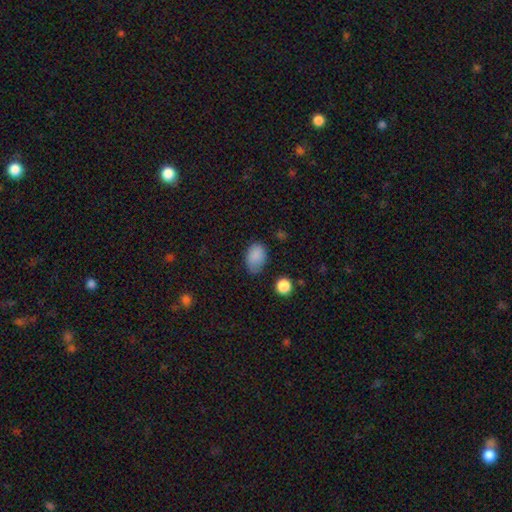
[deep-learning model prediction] smooth 85%, star or artifact 9%, featured or disk 6%. Down the decision tree: how rounded — in between (83%); merging — none (62%).